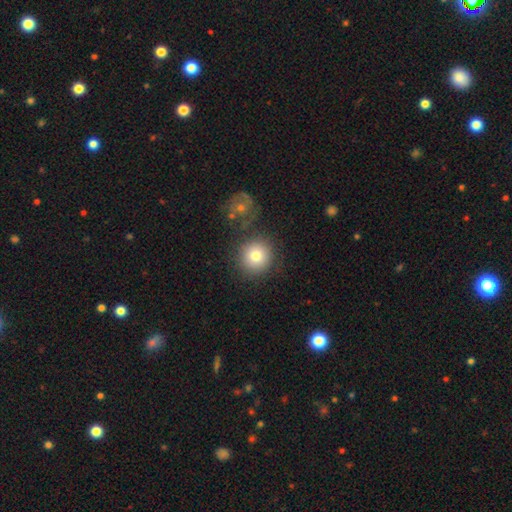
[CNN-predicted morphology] A smooth galaxy with no disk features (79%) that is round (93%). Merging: none (80%).